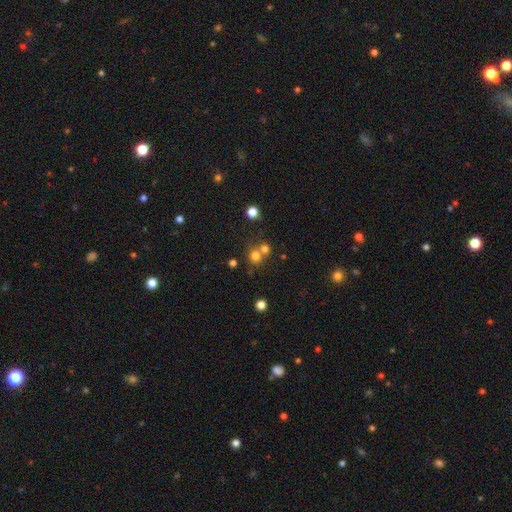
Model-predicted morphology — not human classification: Overall: smooth (73%). How rounded: round (86%). Merging: none (52%; merger 39%).